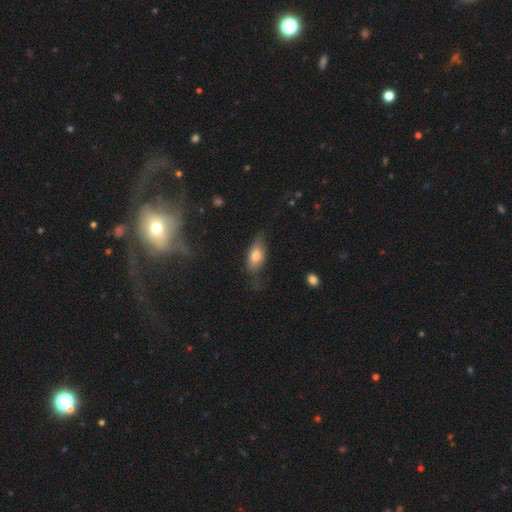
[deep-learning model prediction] Smooth or featured? Predicted: smooth (p=0.69). How rounded? Predicted: in between (p=0.83). Merging? Predicted: none (p=0.51).